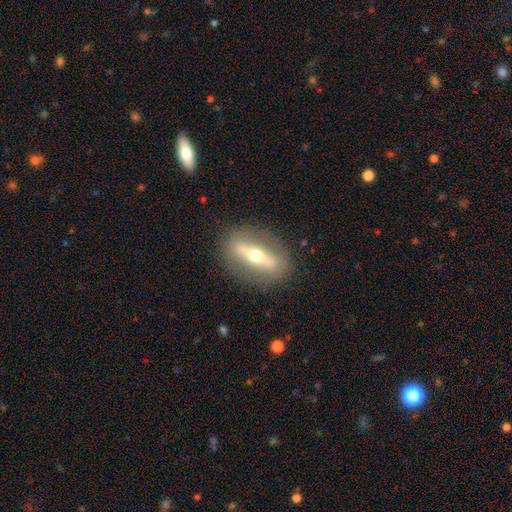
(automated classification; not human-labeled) The model was most divided on "edge-on disk": yes: 57%, no: 43%. More confident: merging — none (85%); smooth or featured — featured or disk (66%).